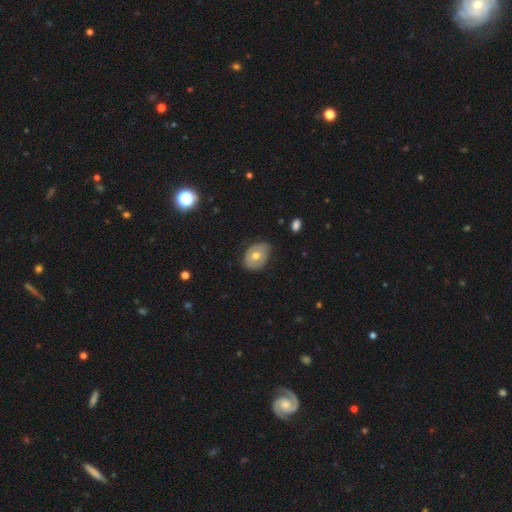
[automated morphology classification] The model was most divided on "smooth or featured": smooth: 55%, featured or disk: 37%, star or artifact: 8%. More confident: how rounded — in between (62%); merging — none (61%).